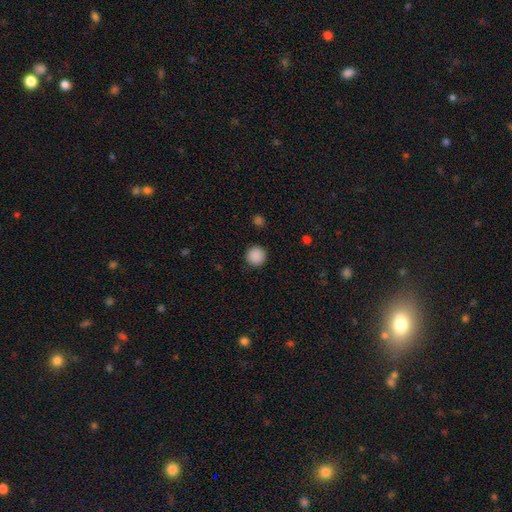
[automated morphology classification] smooth-or-featured: smooth: 89% | star or artifact: 9% | featured or disk: 2%
  how-rounded: round: 95% | in between: 4% | cigar-shaped: 1%
  merging: none: 91% | minor disturbance: 5% | major disturbance: 2% | merger: 1%